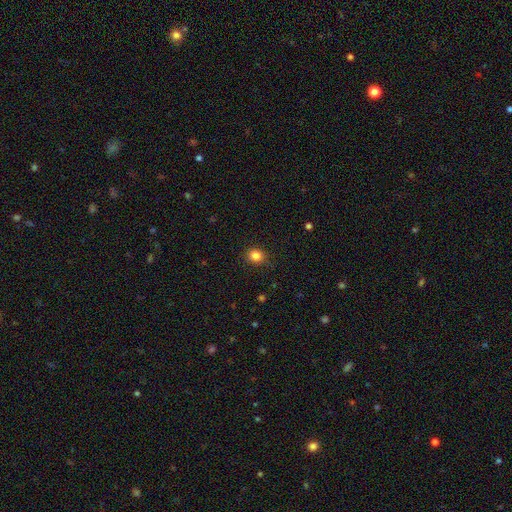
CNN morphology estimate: type=smooth (85%); roundness=round (78%); merging=none (89%).